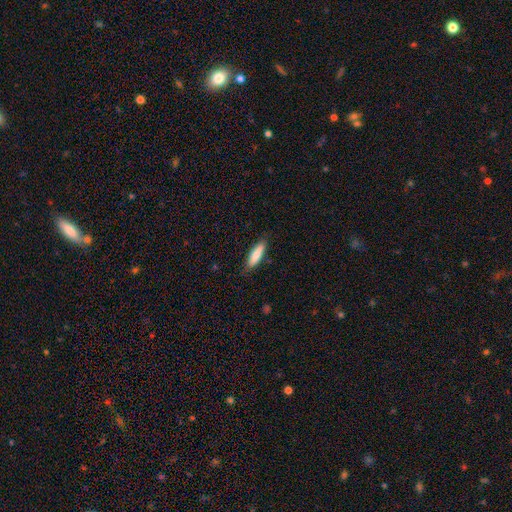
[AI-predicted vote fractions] Smooth or featured: smooth — 81% (featured or disk — 13%)
How rounded: cigar-shaped — 63% (in between — 35%)
Merging: none — 85% (minor disturbance — 12%)